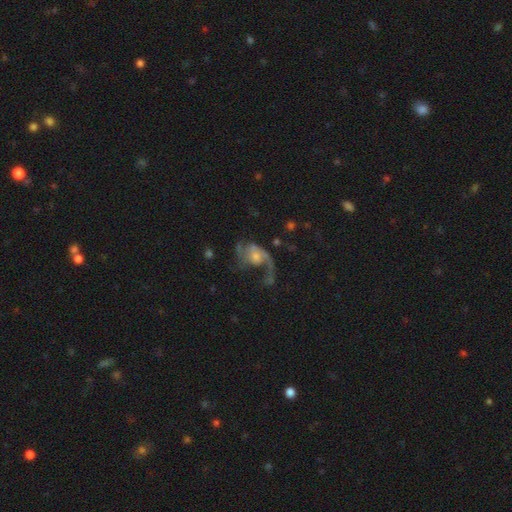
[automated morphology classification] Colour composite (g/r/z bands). It shows a featured or disk galaxy (78%) with no bar (69%), 1 (44%) loose (63%) spiral arms (89%) and a moderate central bulge (44%). Merging: major disturbance (46%).